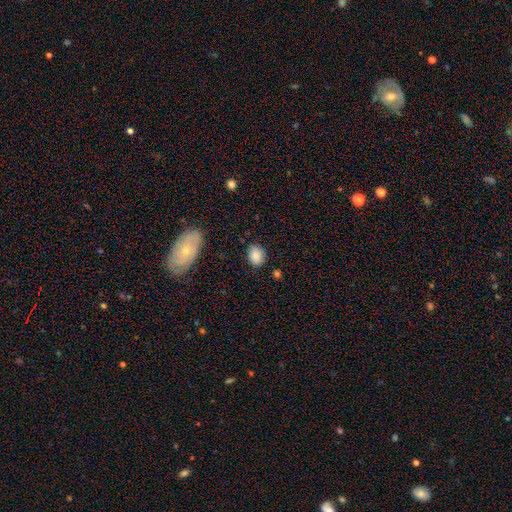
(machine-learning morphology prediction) A smooth galaxy with no disk features (86%) that is in between round and cigar-shaped (68%).

Vote fractions:
- Smooth or featured? smooth: 86% / star or artifact: 8% / featured or disk: 6%
- How rounded? in between: 68% / round: 30% / cigar-shaped: 1%
- Merging? none: 81% / minor disturbance: 13% / major disturbance: 3% / merger: 2%